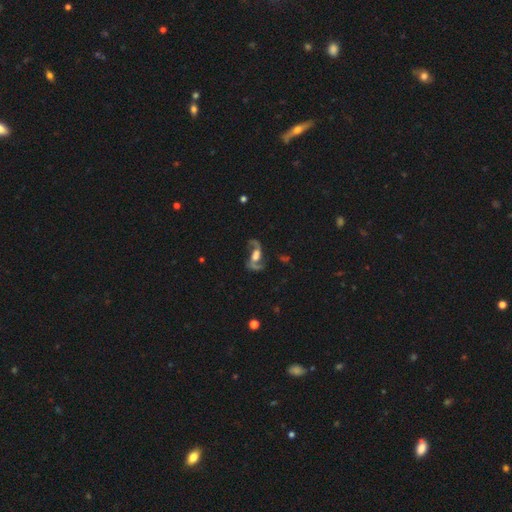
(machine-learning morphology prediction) Overall: featured or disk (88%). Edge-on disk: no (96%). Bar: weak (43%; no 34%). Spiral arms: yes (96%). Spiral arm count: 2 (93%). Spiral winding: loose (65%; medium 30%). Bulge size: moderate (41%; large 32%). Merging: none (68%).